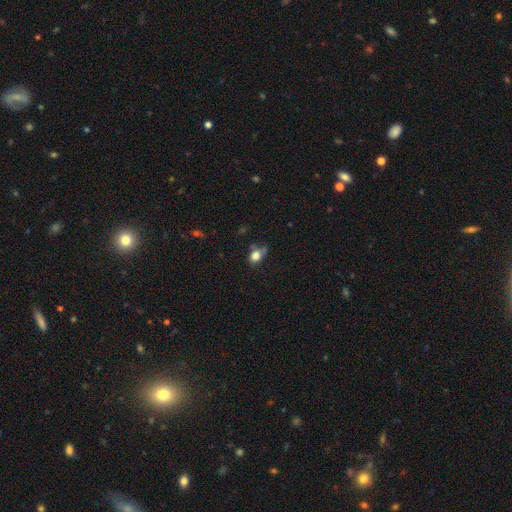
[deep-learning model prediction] Morphology: type=smooth (79%); roundness=in between (54%); merging=none (48%).